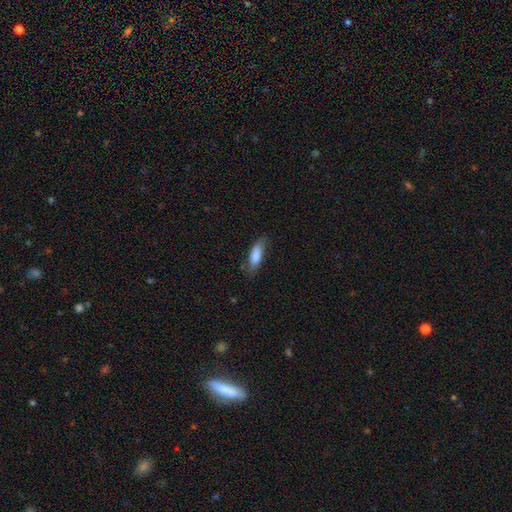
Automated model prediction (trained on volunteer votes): This appears to be a smooth galaxy with no disk features (81%) that is in between round and cigar-shaped (58%). Merging: none (68%).